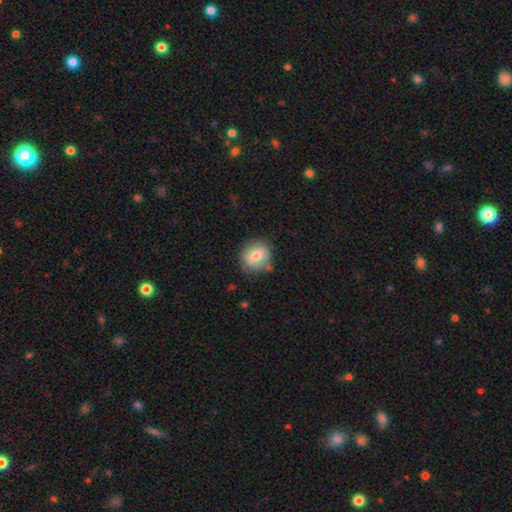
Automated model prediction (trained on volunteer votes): Smooth or featured?
  - smooth: 70% *
  - featured or disk: 22%
  - star or artifact: 8%
How rounded?
  - round: 80% *
  - in between: 19%
  - cigar-shaped: 1%
Merging?
  - none: 77% *
  - minor disturbance: 15%
  - major disturbance: 4%
  - merger: 3%